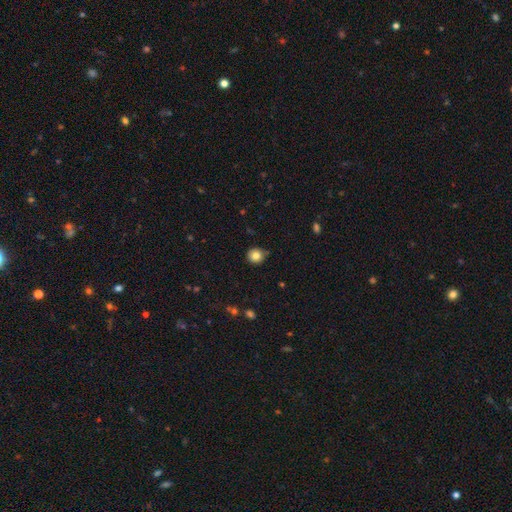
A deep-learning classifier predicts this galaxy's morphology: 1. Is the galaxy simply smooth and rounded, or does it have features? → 82% smooth, 11% star or artifact, 7% featured or disk.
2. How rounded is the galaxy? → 90% round, 9% in between, 1% cigar-shaped.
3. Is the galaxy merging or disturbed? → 84% none, 12% minor disturbance, 2% major disturbance, 2% merger.